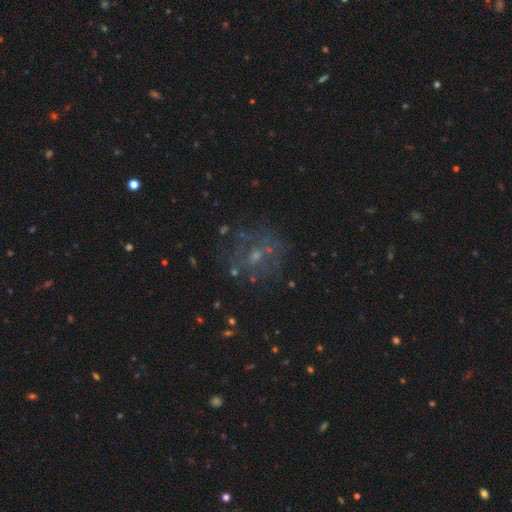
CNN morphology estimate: featured or disk 38%, star or artifact 36%, smooth 26%. Down the decision tree: merging — none (71%).